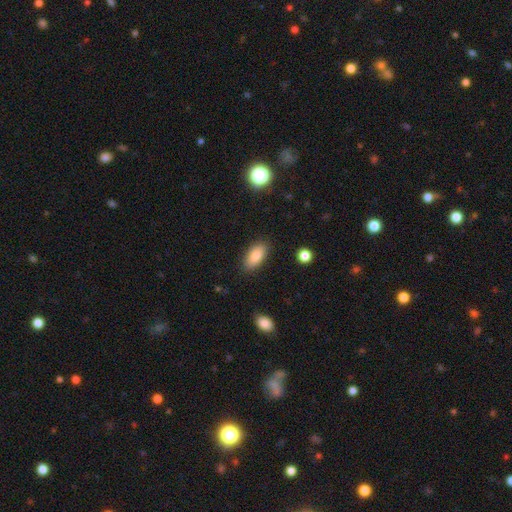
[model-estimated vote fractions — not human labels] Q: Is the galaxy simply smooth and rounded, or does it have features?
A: smooth — 84%.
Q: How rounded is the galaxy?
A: in between — 91%.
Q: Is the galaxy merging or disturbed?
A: none — 85%.